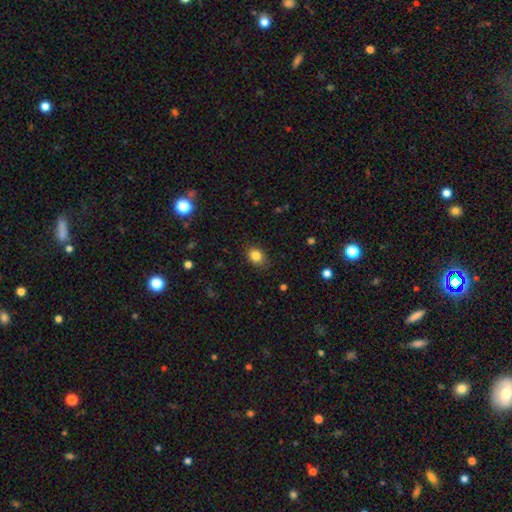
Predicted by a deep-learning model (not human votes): Smooth or featured? smooth (84%)
How rounded? in between (51%)
Merging? none (84%)